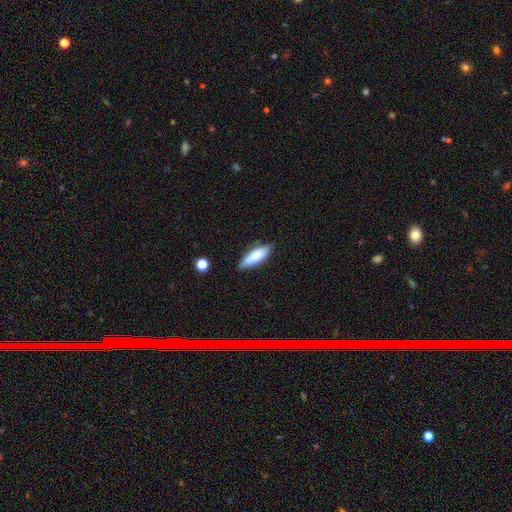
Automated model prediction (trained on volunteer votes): The model was most divided on "how rounded": in between: 55%, cigar-shaped: 43%, round: 2%. More confident: smooth or featured — smooth (78%); merging — none (77%).